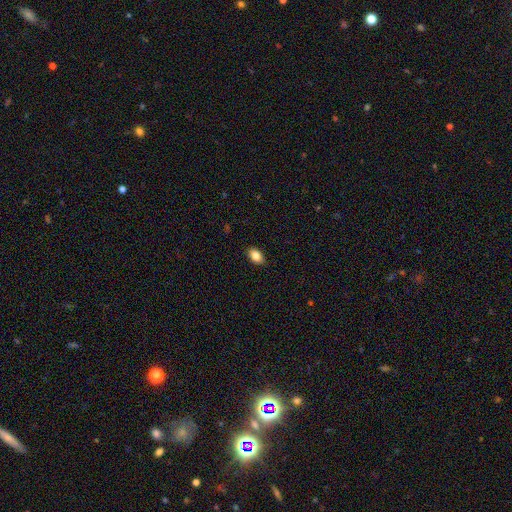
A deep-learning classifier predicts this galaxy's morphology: Smooth or featured: smooth — 85% (star or artifact — 8%)
How rounded: in between — 89% (round — 10%)
Merging: none — 88% (minor disturbance — 9%)